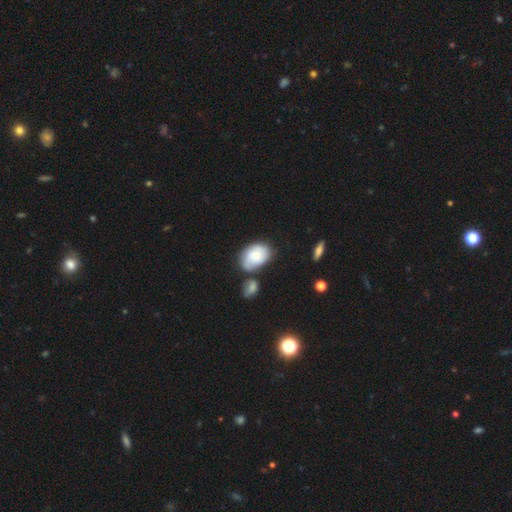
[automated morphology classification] This appears to be a smooth galaxy with no disk features (62%) that is in between round and cigar-shaped (81%). Merging: none (50%).